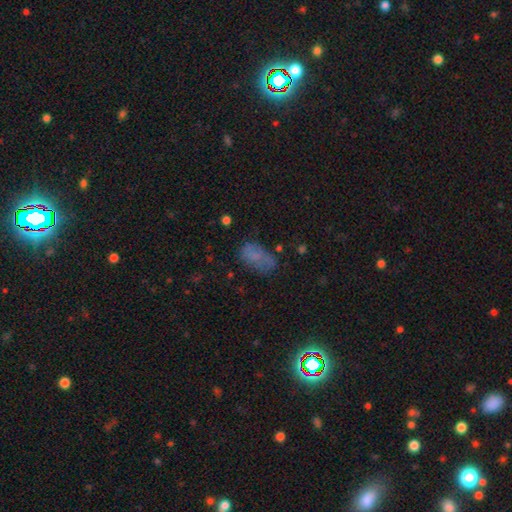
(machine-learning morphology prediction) This appears to be a smooth galaxy with no disk features (66%) that is in between round and cigar-shaped (90%). Merging: none (54%).